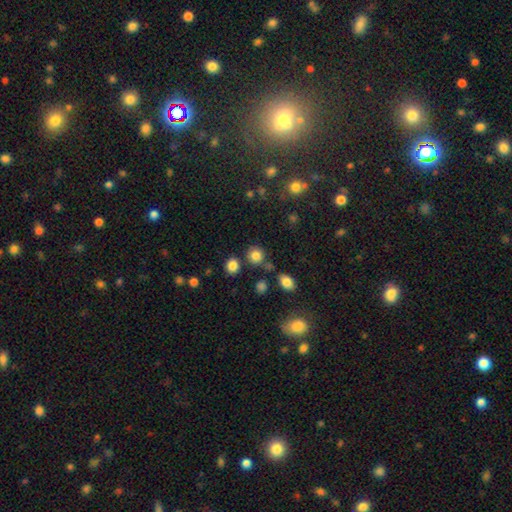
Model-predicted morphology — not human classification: Smooth or featured? smooth (82%)
How rounded? round (87%)
Merging? none (77%)